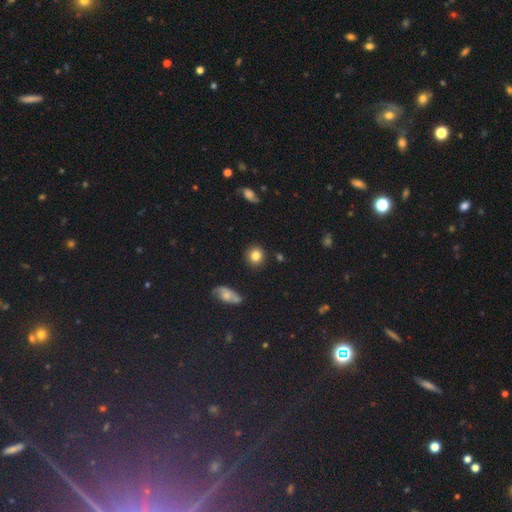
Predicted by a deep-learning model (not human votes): The model was most divided on "smooth or featured": smooth: 82%, star or artifact: 10%, featured or disk: 8%. More confident: how rounded — round (88%); merging — none (88%).